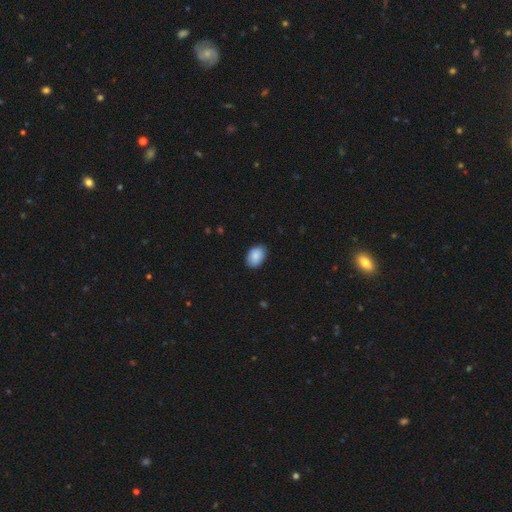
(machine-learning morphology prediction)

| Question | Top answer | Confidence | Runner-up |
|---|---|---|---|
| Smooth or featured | smooth | 89% | star or artifact (7%) |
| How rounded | in between | 82% | round (17%) |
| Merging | none | 86% | minor disturbance (11%) |